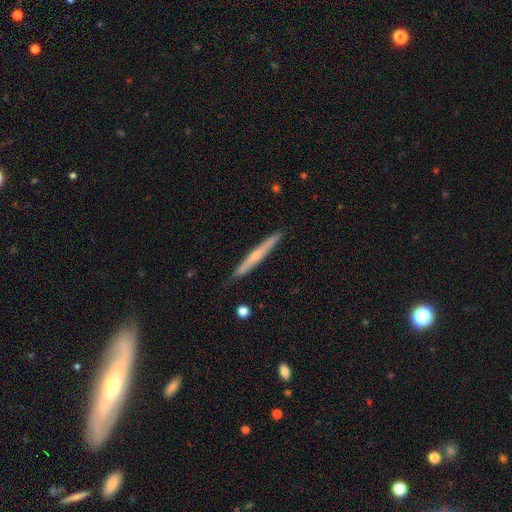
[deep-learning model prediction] Q: Smooth or featured?
A: featured or disk (53%); runner-up: smooth (41%)
Q: Edge-on disk?
A: yes (97%); runner-up: no (3%)
Q: Edge-on bulge?
A: rounded (50%); runner-up: none (45%)
Q: Merging?
A: none (90%); runner-up: minor disturbance (7%)